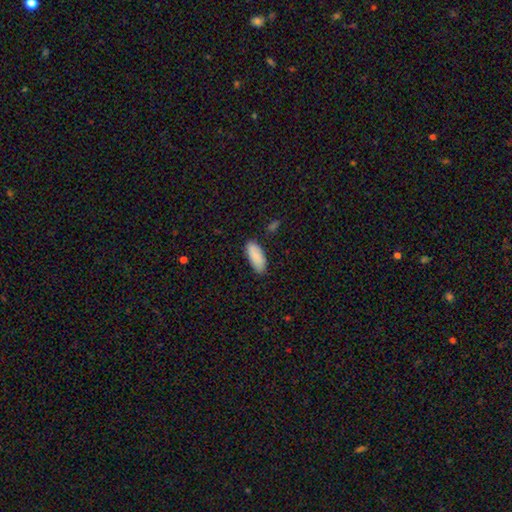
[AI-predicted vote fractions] This is clearly a smooth galaxy (87%). How rounded: clearly in between (87%). Merging: clearly none (84%).